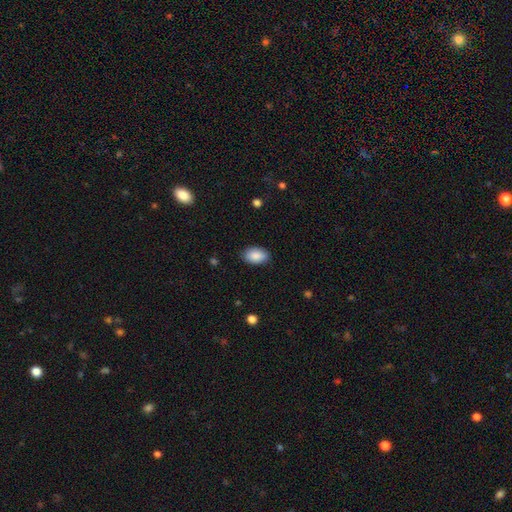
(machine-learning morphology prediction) Overall: smooth (89%). How rounded: in between (91%). Merging: none (86%).